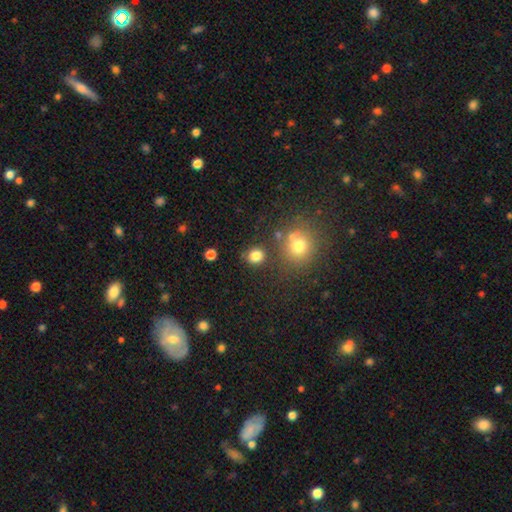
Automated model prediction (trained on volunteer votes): This appears to be a smooth galaxy with no disk features (82%) that is round (84%). Merging: none (83%).